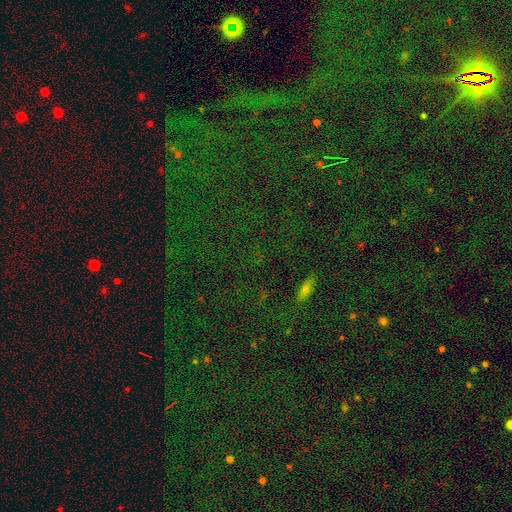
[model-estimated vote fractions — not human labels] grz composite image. It shows a star or artifact, not a galaxy (82%).